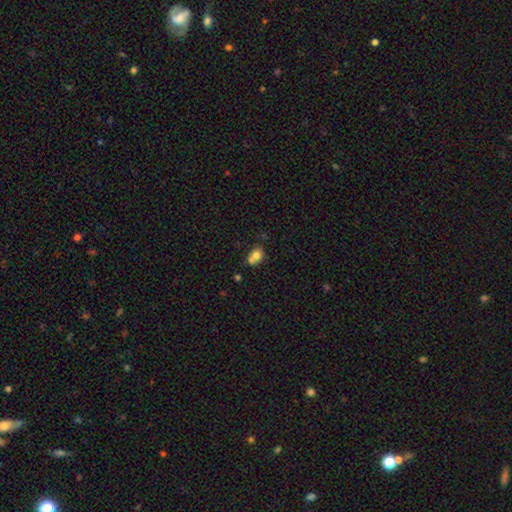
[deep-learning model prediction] The model was most divided on "merging": merger: 42%, none: 37%, minor disturbance: 15%, major disturbance: 5%. More confident: smooth or featured — smooth (74%); how rounded — round (53%).